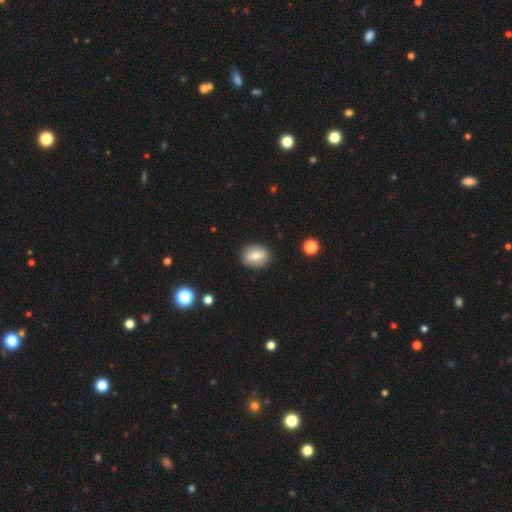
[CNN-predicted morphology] The model was most divided on "how rounded": in between: 65%, round: 33%, cigar-shaped: 2%. More confident: merging — none (84%); smooth or featured — smooth (78%).